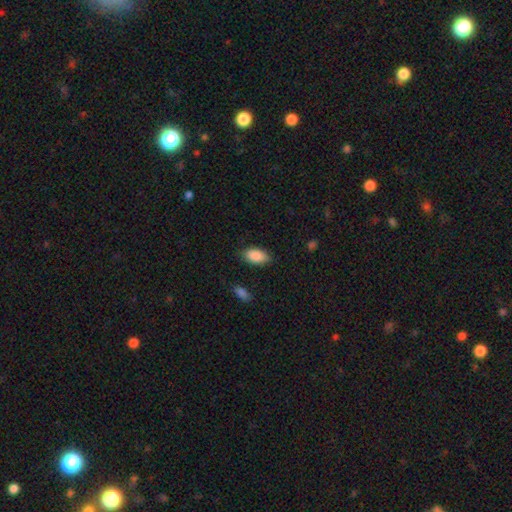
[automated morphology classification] The model was most divided on "merging": none: 83%, minor disturbance: 13%, major disturbance: 3%, merger: 1%. More confident: how rounded — in between (93%); smooth or featured — smooth (89%).